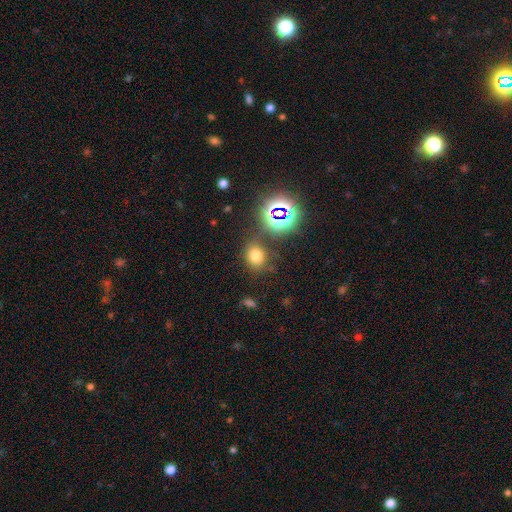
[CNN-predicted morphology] This appears to be a smooth galaxy with no disk features (68%) that is round (58%). Merging: none (74%).